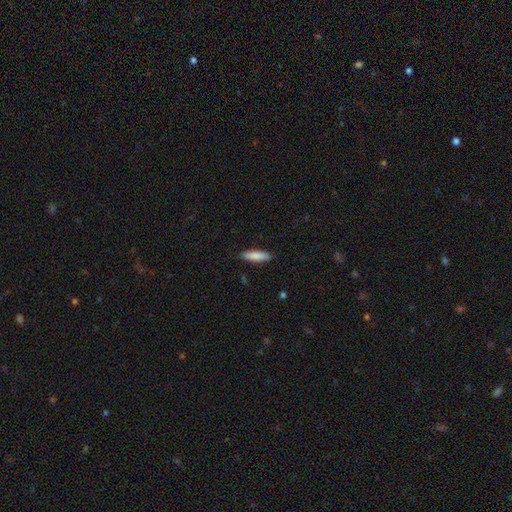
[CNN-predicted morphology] Q: Smooth or featured?
A: smooth (85%); runner-up: featured or disk (9%)
Q: How rounded?
A: cigar-shaped (61%); runner-up: in between (37%)
Q: Merging?
A: none (88%); runner-up: minor disturbance (9%)